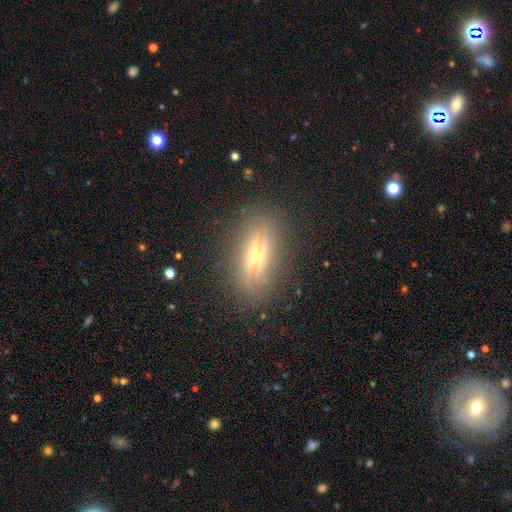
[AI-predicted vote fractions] Smooth or featured? featured or disk (67%)
Edge-on disk? yes (85%)
Edge-on bulge? rounded (88%)
Merging? none (83%)